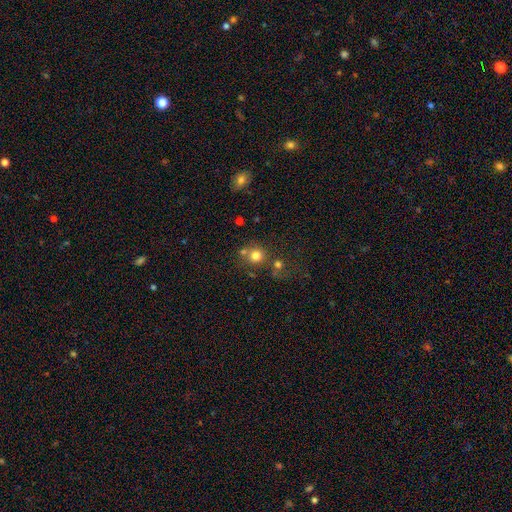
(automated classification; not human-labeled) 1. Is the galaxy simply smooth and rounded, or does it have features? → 75% smooth, 16% star or artifact, 9% featured or disk.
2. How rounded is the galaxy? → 89% round, 10% in between, 1% cigar-shaped.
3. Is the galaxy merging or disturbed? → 63% none, 23% merger, 10% minor disturbance, 5% major disturbance.